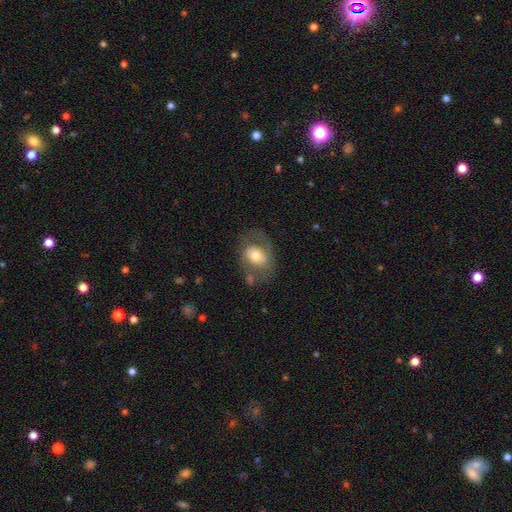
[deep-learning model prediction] This appears to be a featured or disk galaxy (47%). Merging: none (53%).